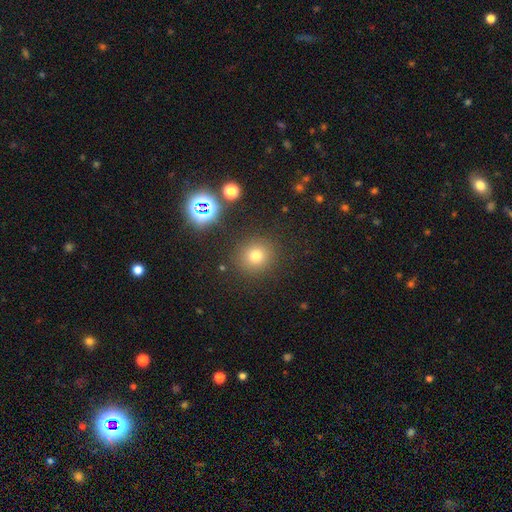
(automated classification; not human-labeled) Overall: smooth (73%). How rounded: round (90%). Merging: none (87%).